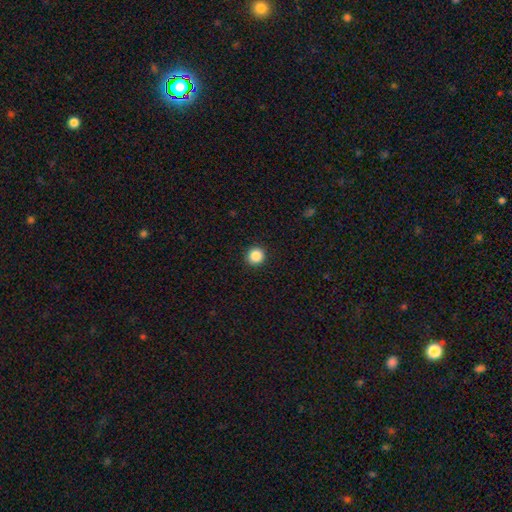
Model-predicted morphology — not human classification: type=smooth (87%); roundness=round (94%); merging=none (93%).